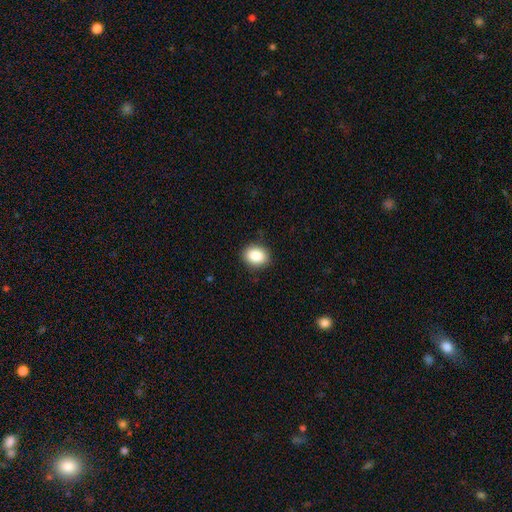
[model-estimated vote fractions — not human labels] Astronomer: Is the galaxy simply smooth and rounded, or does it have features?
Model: smooth — 87%.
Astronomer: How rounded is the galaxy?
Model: in between — 56% (runner-up: round, 43%).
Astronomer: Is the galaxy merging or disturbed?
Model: none — 88%.